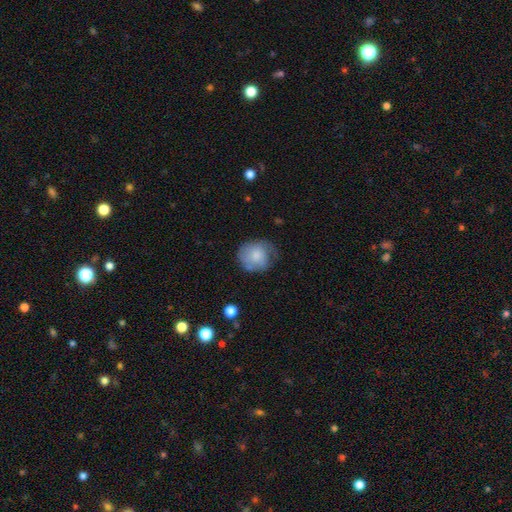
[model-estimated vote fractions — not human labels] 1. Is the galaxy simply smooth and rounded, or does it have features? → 69% smooth, 24% featured or disk, 7% star or artifact.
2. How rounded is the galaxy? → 76% round, 23% in between, 1% cigar-shaped.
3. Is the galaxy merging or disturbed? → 49% none, 33% minor disturbance, 16% major disturbance, 3% merger.